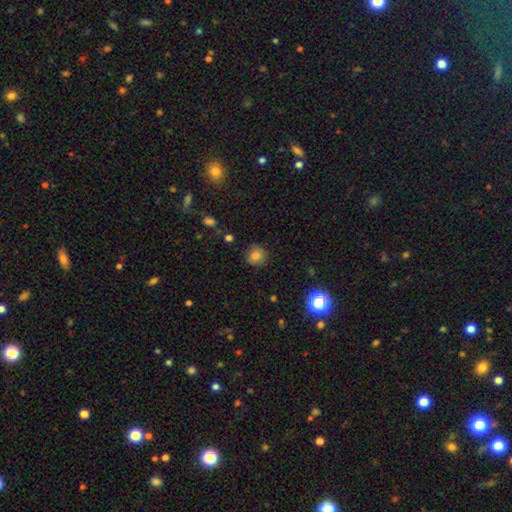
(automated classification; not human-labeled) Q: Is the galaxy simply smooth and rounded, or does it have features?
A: smooth — 81%.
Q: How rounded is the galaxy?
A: round — 91%.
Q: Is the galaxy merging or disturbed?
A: none — 87%.